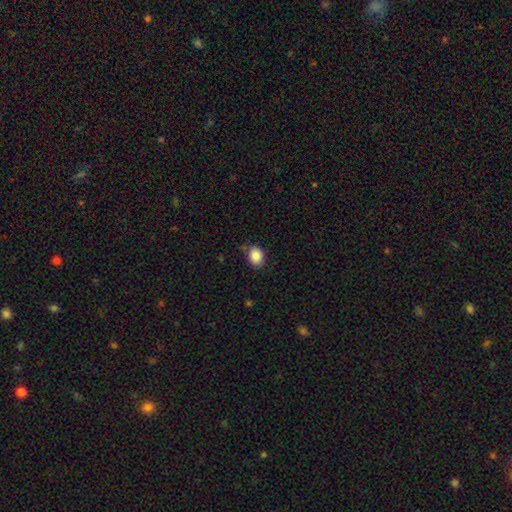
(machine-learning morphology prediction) A smooth galaxy with no disk features (86%) that is in between round and cigar-shaped (56%). Merging: none (79%).